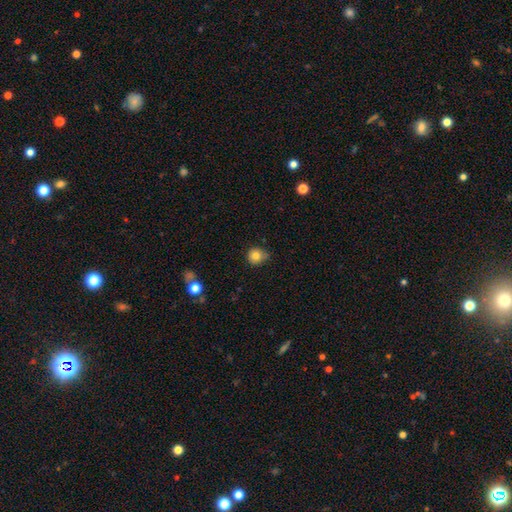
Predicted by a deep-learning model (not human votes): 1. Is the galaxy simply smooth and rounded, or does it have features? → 80% smooth, 11% star or artifact, 8% featured or disk.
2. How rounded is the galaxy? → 86% round, 13% in between, 1% cigar-shaped.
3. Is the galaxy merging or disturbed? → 67% none, 26% minor disturbance, 5% major disturbance, 3% merger.